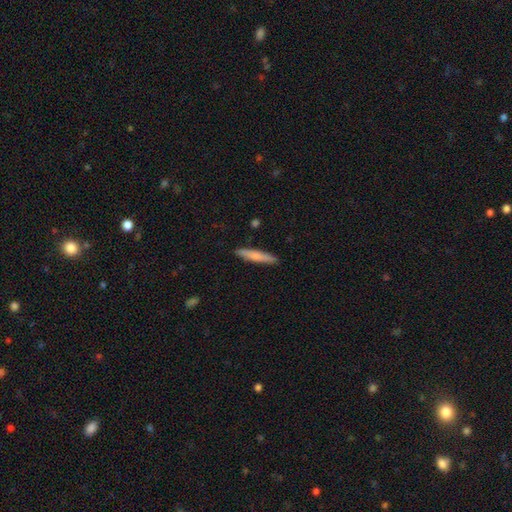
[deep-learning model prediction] smooth-or-featured: smooth: 70% | featured or disk: 24% | star or artifact: 5%
  how-rounded: cigar-shaped: 91% | in between: 7% | round: 1%
  merging: none: 90% | minor disturbance: 7% | major disturbance: 1% | merger: 1%